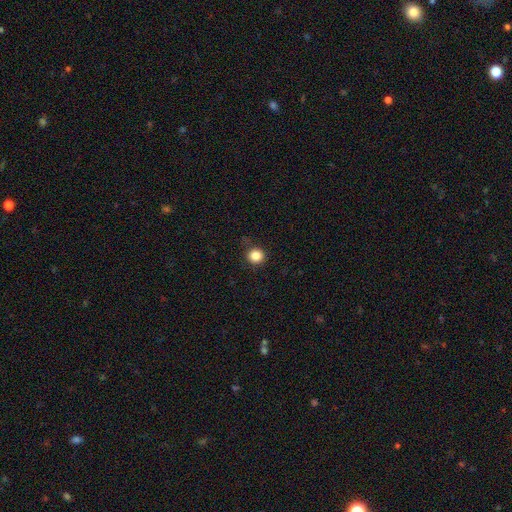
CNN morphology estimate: Q: Smooth or featured?
A: smooth (85%); runner-up: star or artifact (11%)
Q: How rounded?
A: round (92%); runner-up: in between (7%)
Q: Merging?
A: none (87%); runner-up: minor disturbance (9%)